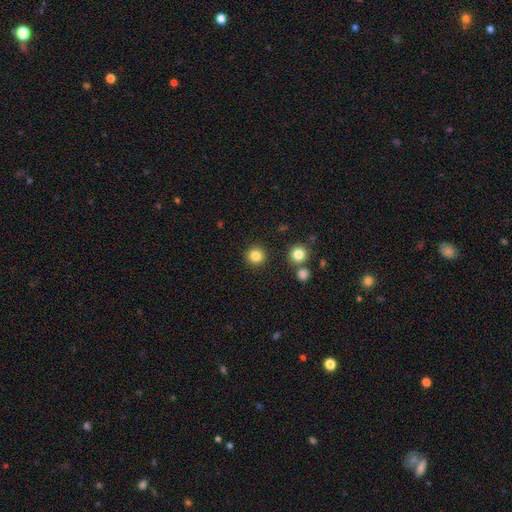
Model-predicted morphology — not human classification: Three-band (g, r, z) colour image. It shows a smooth galaxy with no disk features (84%) that is round (94%). Merging: none (90%).